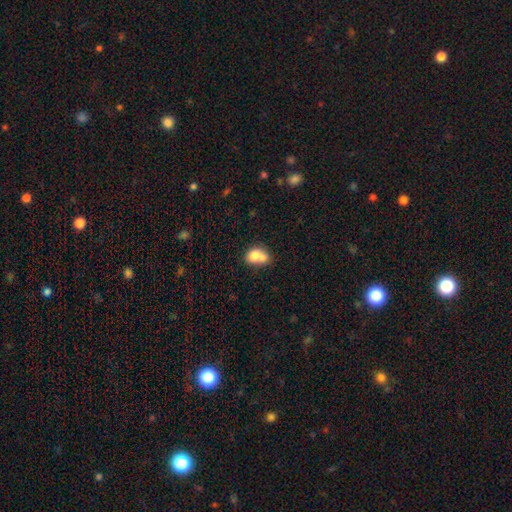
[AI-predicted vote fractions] This appears to be a smooth galaxy with no disk features (74%) that is in between round and cigar-shaped (60%). Merging: merger (58%).